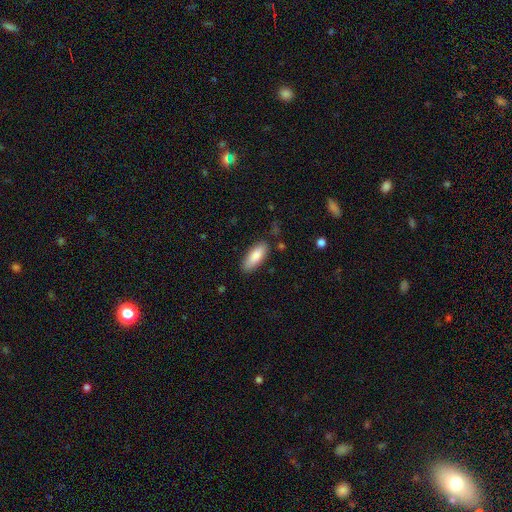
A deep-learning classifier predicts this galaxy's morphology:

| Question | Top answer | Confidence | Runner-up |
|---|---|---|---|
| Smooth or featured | smooth | 84% | featured or disk (10%) |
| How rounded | in between | 74% | cigar-shaped (24%) |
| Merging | none | 83% | minor disturbance (13%) |